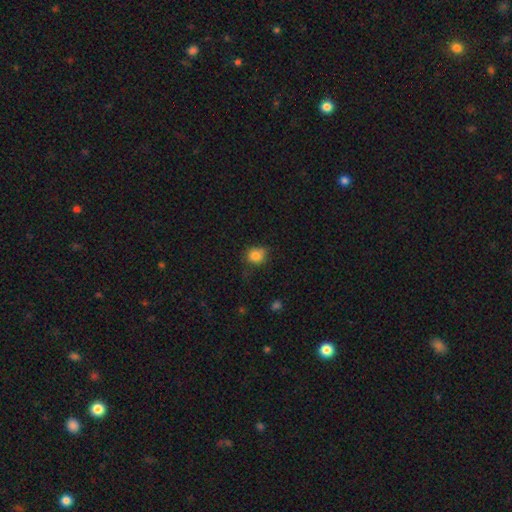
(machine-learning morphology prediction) A smooth galaxy with no disk features (84%) that is round (79%). Merging: none (69%).